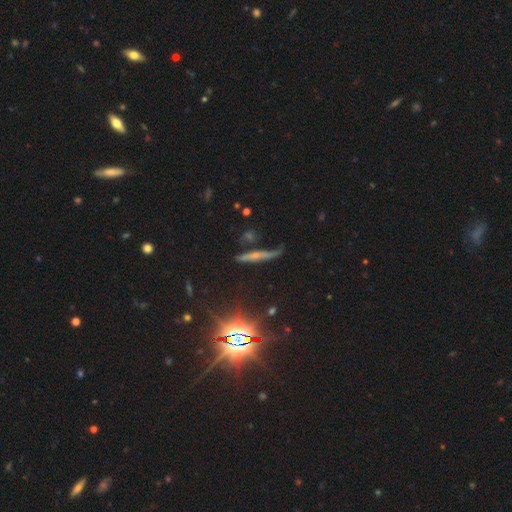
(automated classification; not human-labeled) smooth_or_featured: featured or disk (p=0.43) [alt: smooth p=0.34]
merging: none (p=0.63) [alt: minor disturbance p=0.22]